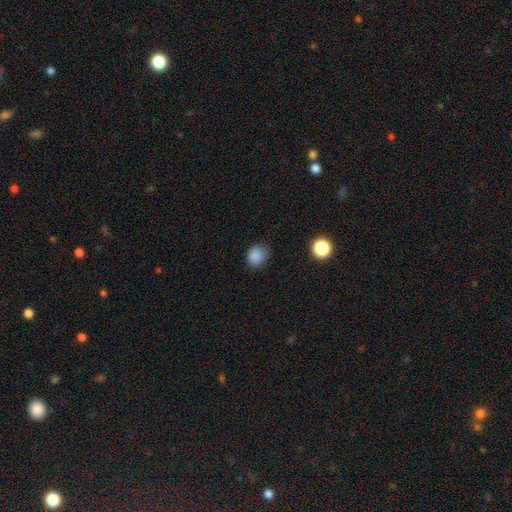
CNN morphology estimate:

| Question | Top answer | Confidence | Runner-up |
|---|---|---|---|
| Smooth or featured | smooth | 85% | star or artifact (11%) |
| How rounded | round | 71% | in between (28%) |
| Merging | none | 78% | minor disturbance (18%) |